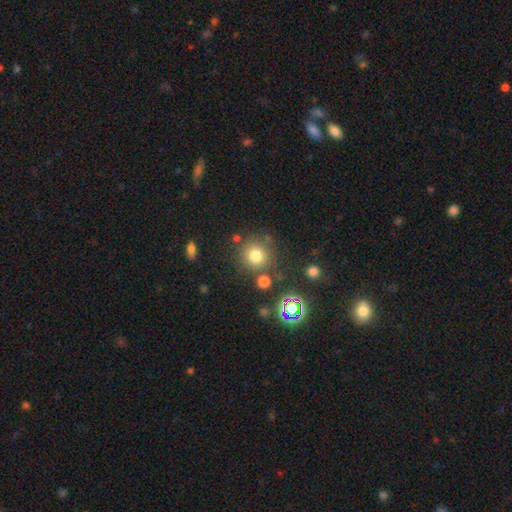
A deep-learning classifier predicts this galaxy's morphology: Overall: smooth (76%). How rounded: round (92%). Merging: none (79%).